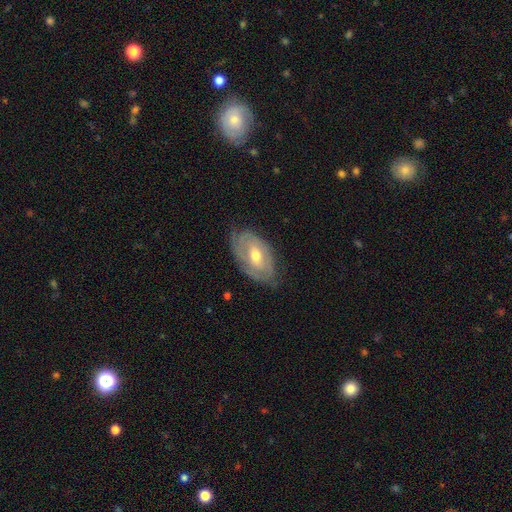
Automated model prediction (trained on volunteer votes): Smooth or featured? Predicted: featured or disk (p=0.71). Edge-on disk? Predicted: no (p=0.92). Bar? Predicted: no (p=0.46). Spiral arms? Predicted: yes (p=0.76). Bulge size? Predicted: moderate (p=0.71). Merging? Predicted: none (p=0.68).